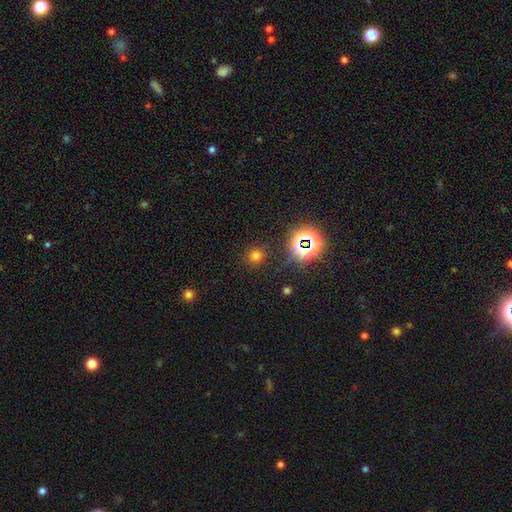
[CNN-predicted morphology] This appears to be a smooth galaxy with no disk features (65%) that is round (86%). Merging: none (85%).